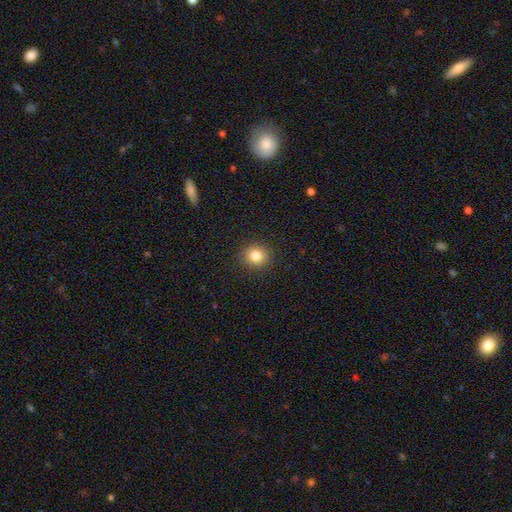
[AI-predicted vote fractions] This is clearly a smooth galaxy (83%). How rounded: clearly round (86%). Merging: clearly none (91%).